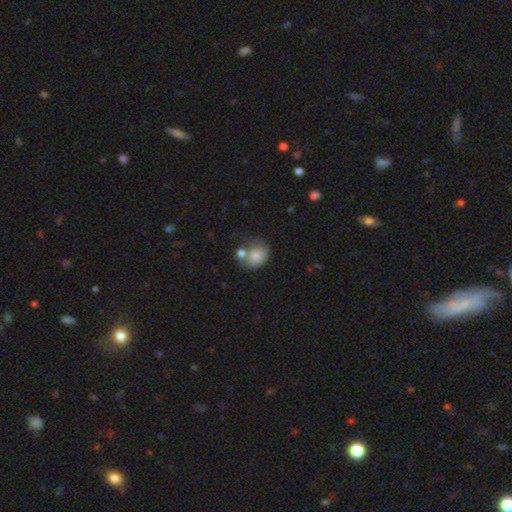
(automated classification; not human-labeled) This is likely a smooth galaxy (78%). How rounded: likely round (61%). Merging: marginally none (40%).